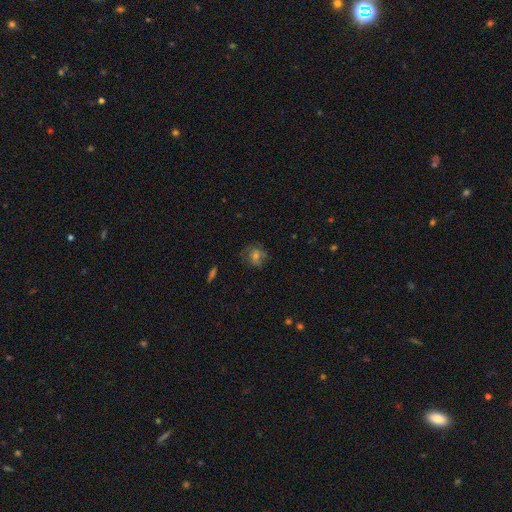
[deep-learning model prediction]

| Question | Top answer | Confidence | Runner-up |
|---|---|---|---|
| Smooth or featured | smooth | 55% | featured or disk (28%) |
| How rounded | round | 75% | in between (24%) |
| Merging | none | 69% | minor disturbance (20%) |